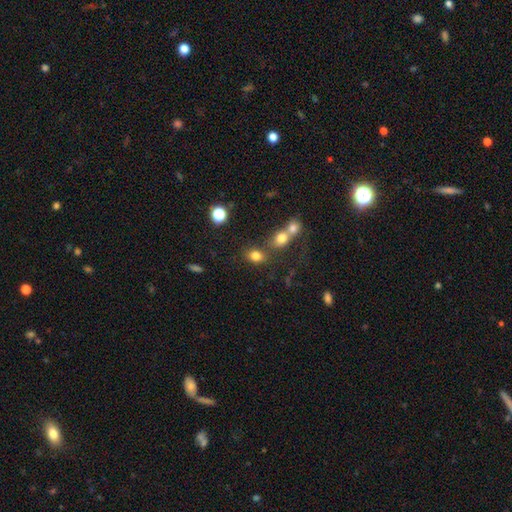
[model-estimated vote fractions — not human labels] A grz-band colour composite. It shows a smooth galaxy with no disk features (77%) that is in between round and cigar-shaped (55%). Merging: none (57%).